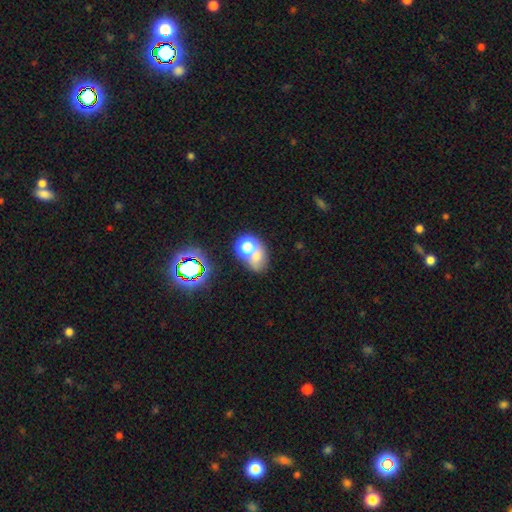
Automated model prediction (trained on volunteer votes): A smooth galaxy with no disk features (57%) that is in between round and cigar-shaped (52%).

Vote fractions:
- Smooth or featured? smooth: 57% / star or artifact: 25% / featured or disk: 18%
- How rounded? in between: 52% / round: 46% / cigar-shaped: 1%
- Merging? merger: 46% / none: 36% / minor disturbance: 11% / major disturbance: 8%